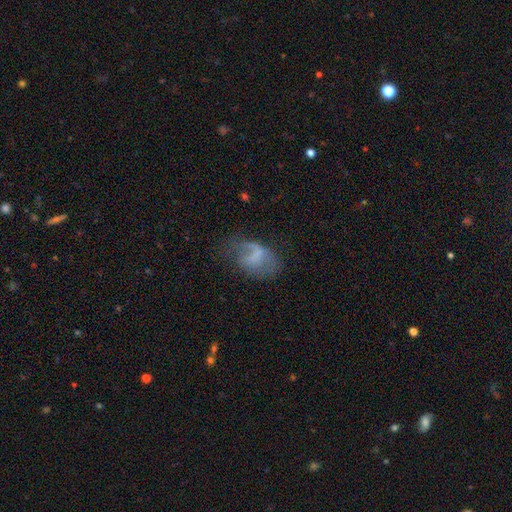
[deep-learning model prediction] Smooth or featured: smooth — 48% (featured or disk — 41%)
Merging: major disturbance — 35% (none — 34%)